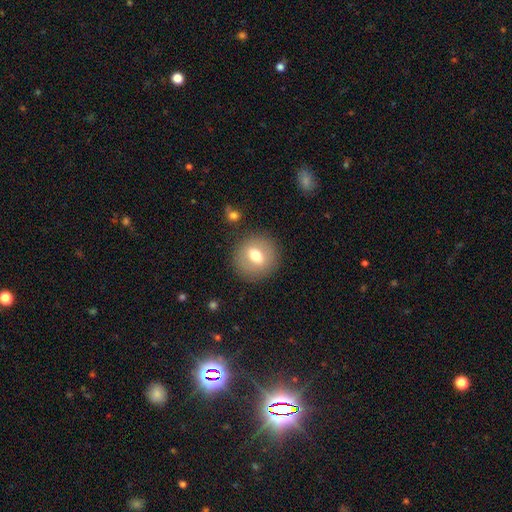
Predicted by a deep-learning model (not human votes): Smooth or featured?
  - smooth: 66% *
  - featured or disk: 26%
  - star or artifact: 9%
How rounded?
  - round: 79% *
  - in between: 20%
  - cigar-shaped: 1%
Merging?
  - none: 85% *
  - minor disturbance: 9%
  - major disturbance: 4%
  - merger: 2%